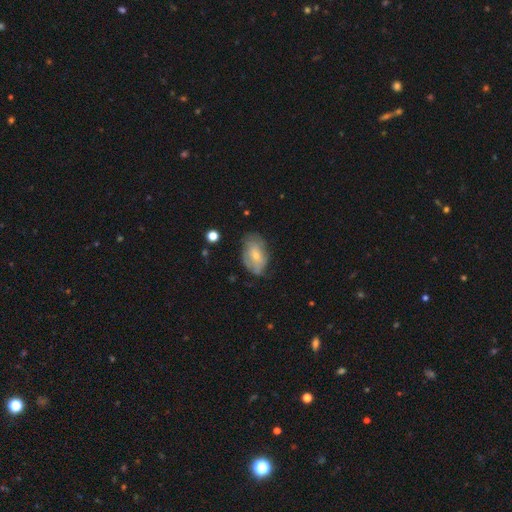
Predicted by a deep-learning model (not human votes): The model was most divided on "smooth or featured": smooth: 51%, featured or disk: 42%, star or artifact: 7%. More confident: how rounded — in between (88%); merging — none (57%).